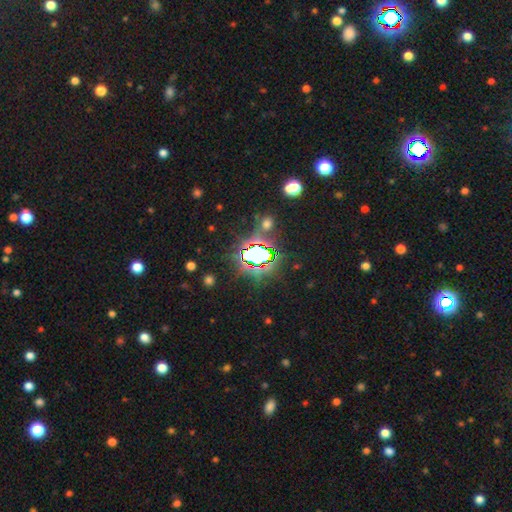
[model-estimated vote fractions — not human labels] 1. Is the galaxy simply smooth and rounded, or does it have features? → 72% star or artifact, 18% smooth, 10% featured or disk.